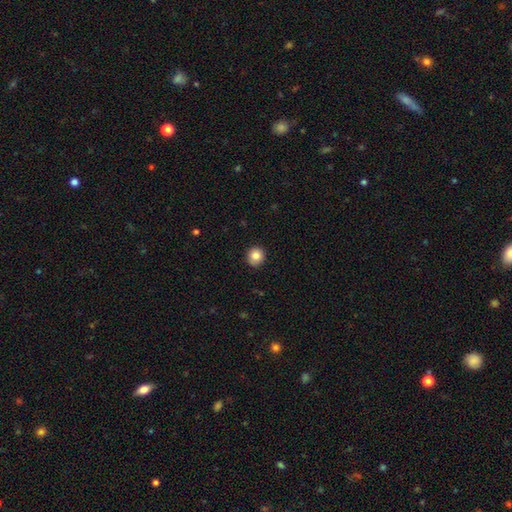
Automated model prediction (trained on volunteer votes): Q: Smooth or featured?
A: smooth (84%); runner-up: star or artifact (9%)
Q: How rounded?
A: round (91%); runner-up: in between (8%)
Q: Merging?
A: none (89%); runner-up: minor disturbance (8%)